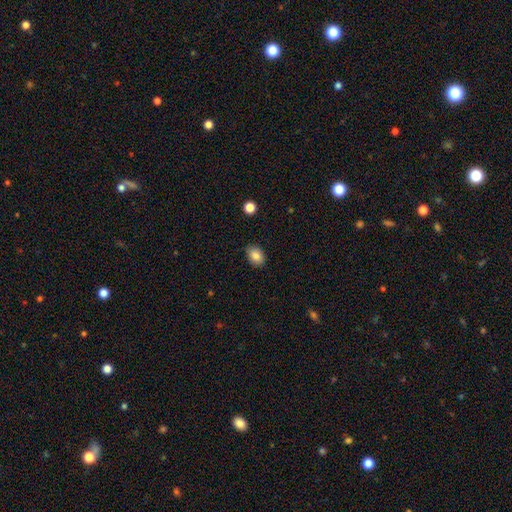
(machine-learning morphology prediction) Smooth or featured: smooth — 85% (star or artifact — 8%)
How rounded: in between — 78% (round — 21%)
Merging: none — 86% (minor disturbance — 11%)